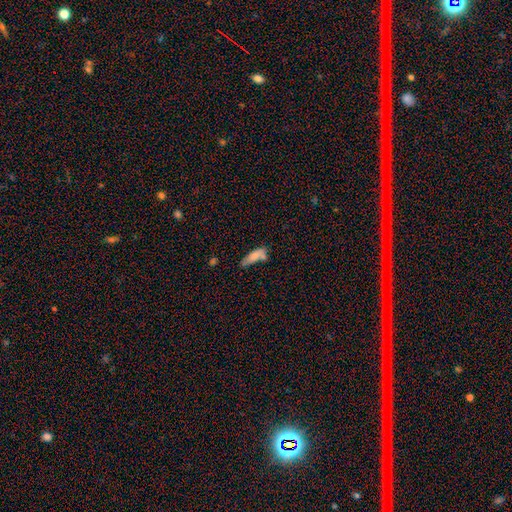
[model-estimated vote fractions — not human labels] Smooth or featured?
  - smooth: 77% *
  - featured or disk: 15%
  - star or artifact: 8%
How rounded?
  - cigar-shaped: 49% * (tied)
  - in between: 49% * (tied)
  - round: 2%
Merging?
  - none: 49% *
  - minor disturbance: 24%
  - merger: 19%
  - major disturbance: 8%